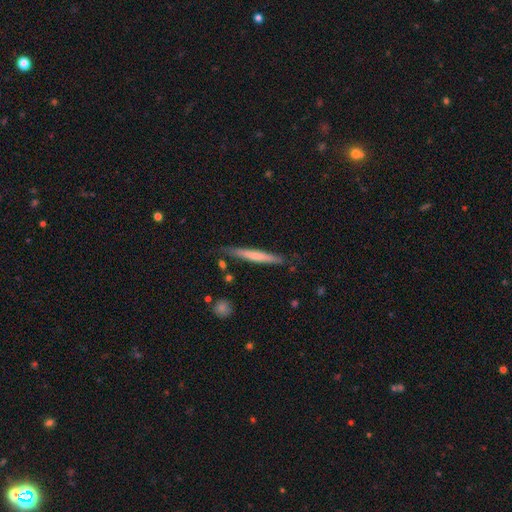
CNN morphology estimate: Smooth or featured: smooth — 57% (featured or disk — 37%)
How rounded: cigar-shaped — 95% (in between — 3%)
Merging: none — 81% (minor disturbance — 14%)